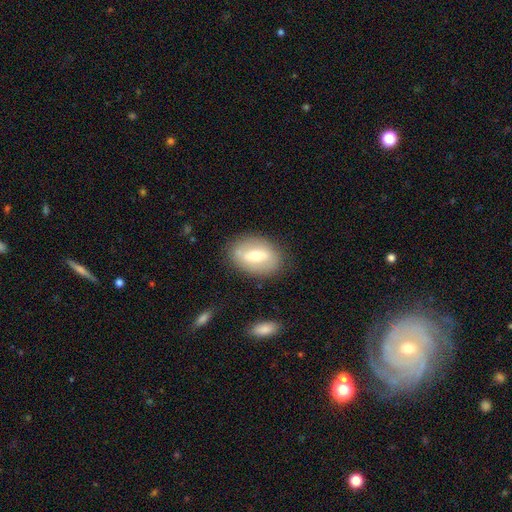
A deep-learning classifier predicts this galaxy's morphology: Smooth or featured? featured or disk (48%)
Merging? none (81%)